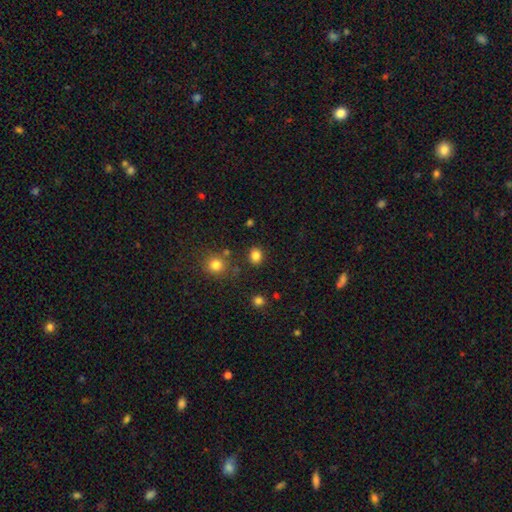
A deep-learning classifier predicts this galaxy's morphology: type=smooth (83%); roundness=round (66%); merging=none (85%).